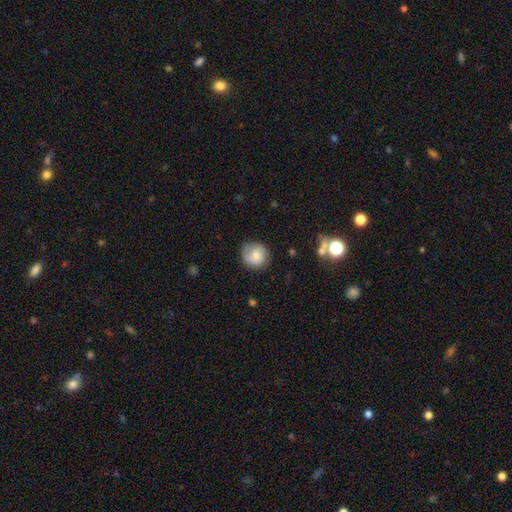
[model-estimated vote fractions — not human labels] Smooth or featured? Predicted: smooth (p=0.74). How rounded? Predicted: round (p=0.90). Merging? Predicted: none (p=0.81).